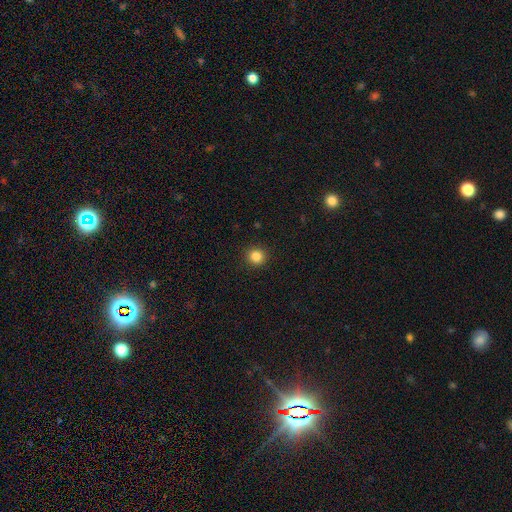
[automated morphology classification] Q: Smooth or featured?
A: smooth (85%); runner-up: star or artifact (12%)
Q: How rounded?
A: round (93%); runner-up: in between (6%)
Q: Merging?
A: none (92%); runner-up: minor disturbance (5%)